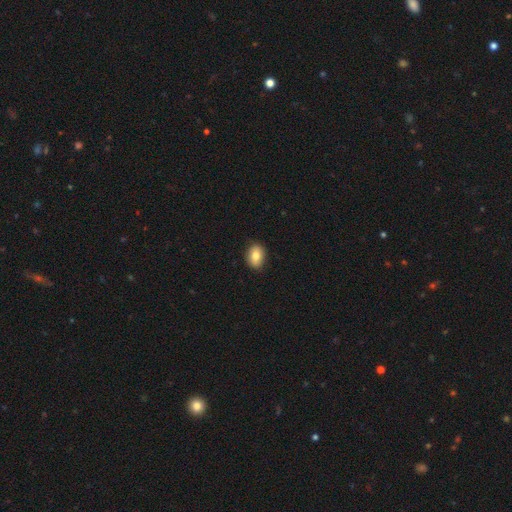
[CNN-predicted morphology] smooth_or_featured: smooth (p=0.82) [alt: featured or disk p=0.10]
how_rounded: in between (p=0.75) [alt: round p=0.24]
merging: none (p=0.88) [alt: minor disturbance p=0.09]